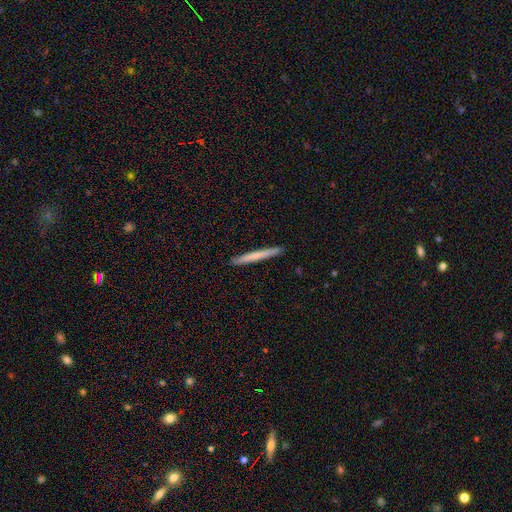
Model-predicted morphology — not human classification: This is likely a smooth galaxy (65%). How rounded: clearly cigar-shaped (97%). Merging: clearly none (92%).